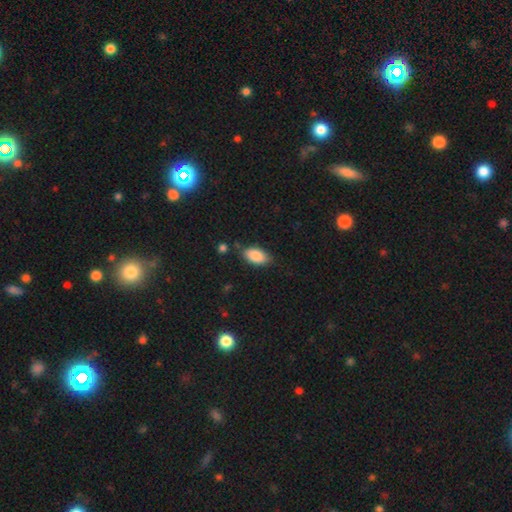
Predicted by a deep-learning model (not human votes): Smooth or featured?
  - smooth: 86% *
  - featured or disk: 7%
  - star or artifact: 7%
How rounded?
  - in between: 93% *
  - cigar-shaped: 4%
  - round: 3%
Merging?
  - none: 76% *
  - minor disturbance: 17%
  - merger: 4%
  - major disturbance: 3%